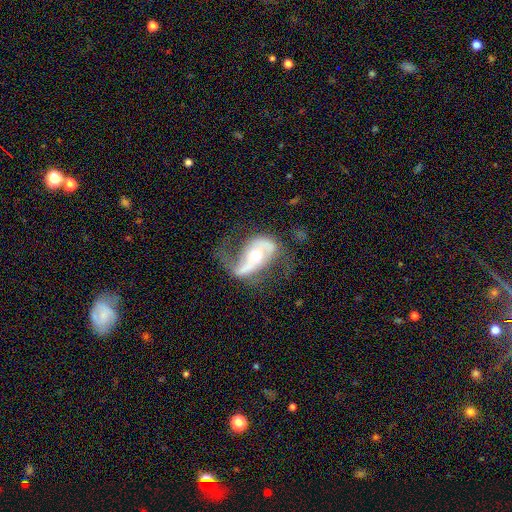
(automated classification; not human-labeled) Q: Smooth or featured?
A: featured or disk (85%); runner-up: smooth (9%)
Q: Edge-on disk?
A: no (95%); runner-up: yes (5%)
Q: Bar?
A: no (36%); tied with: strong (36%)
Q: Spiral arms?
A: yes (92%); runner-up: no (8%)
Q: Spiral winding?
A: loose (59%); runner-up: medium (32%)
Q: Spiral arm count?
A: 2 (83%); runner-up: 1 (10%)
Q: Bulge size?
A: moderate (62%); runner-up: small (31%)
Q: Merging?
A: none (51%); runner-up: major disturbance (24%)